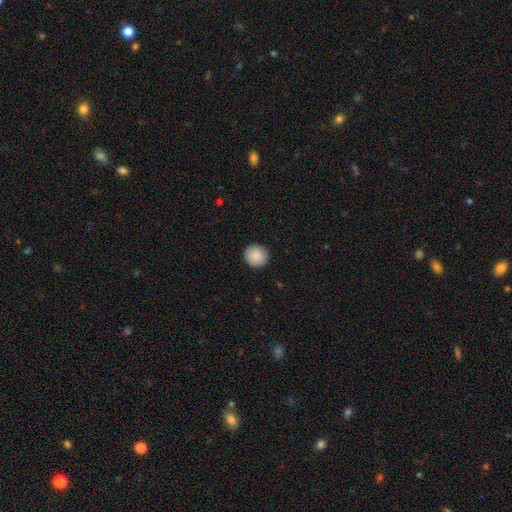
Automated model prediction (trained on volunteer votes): This appears to be a smooth galaxy with no disk features (88%) that is round (94%). Merging: none (92%).